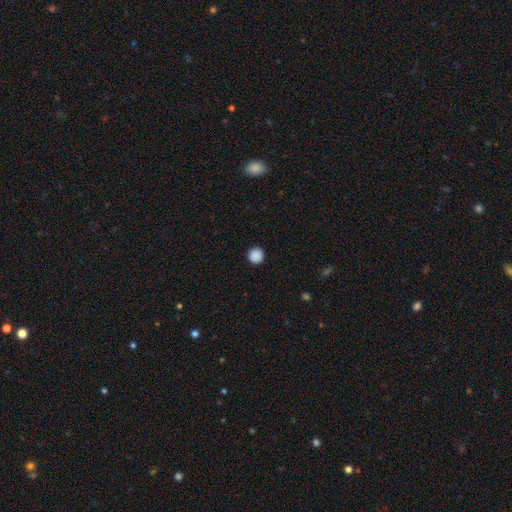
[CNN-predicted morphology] Q: Smooth or featured?
A: smooth (89%); runner-up: star or artifact (9%)
Q: How rounded?
A: round (95%); runner-up: in between (4%)
Q: Merging?
A: none (93%); runner-up: minor disturbance (4%)